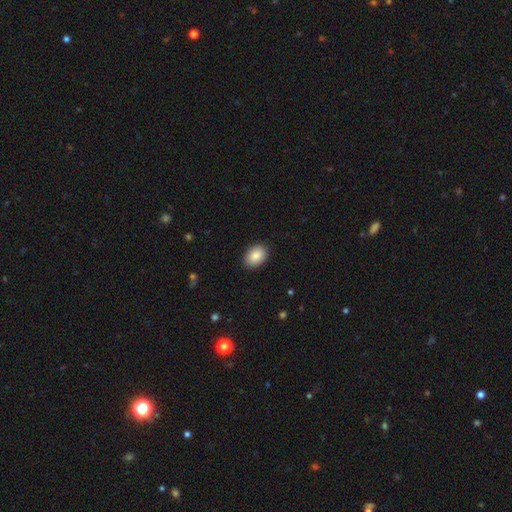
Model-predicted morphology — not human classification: This is clearly a smooth galaxy (87%). How rounded: likely in between (77%). Merging: clearly none (90%).